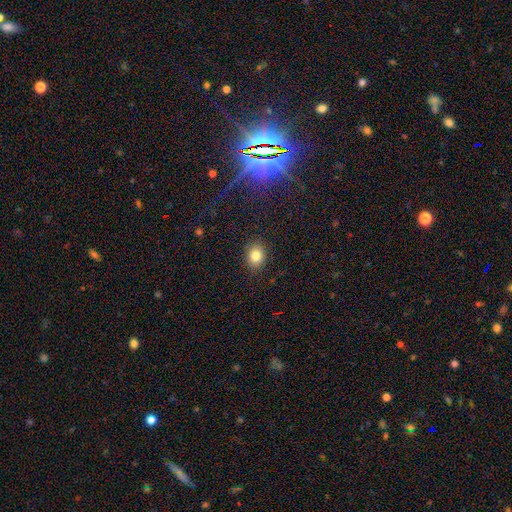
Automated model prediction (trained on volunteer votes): This appears to be a smooth galaxy with no disk features (81%) that is round (58%). Merging: none (88%).